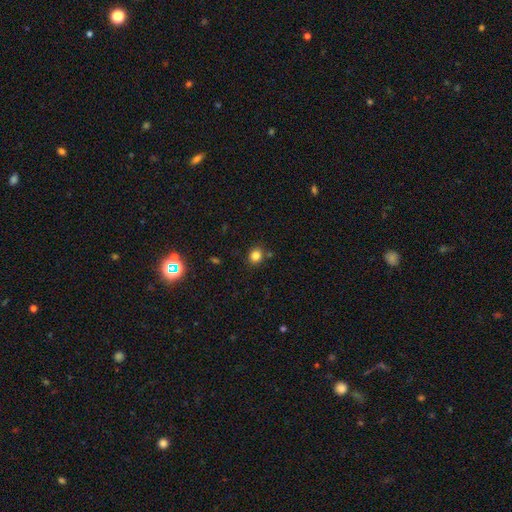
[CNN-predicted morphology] smooth_or_featured: smooth (p=0.82) [alt: star or artifact p=0.13]
how_rounded: round (p=0.75) [alt: in between p=0.24]
merging: none (p=0.83) [alt: minor disturbance p=0.10]